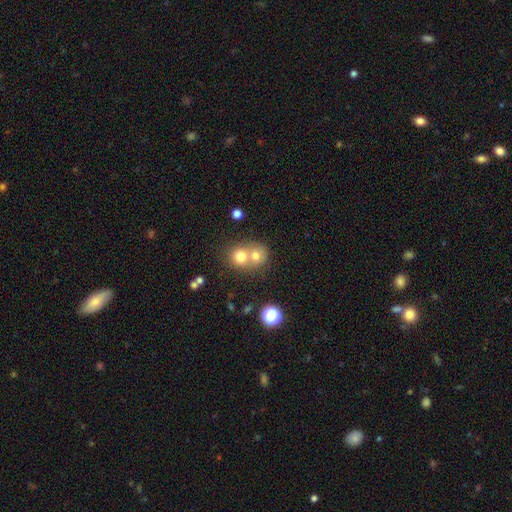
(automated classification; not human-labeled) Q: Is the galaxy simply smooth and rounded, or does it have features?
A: smooth — 72%.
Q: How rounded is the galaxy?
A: round — 78%.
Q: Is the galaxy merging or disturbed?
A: merger — 63%.